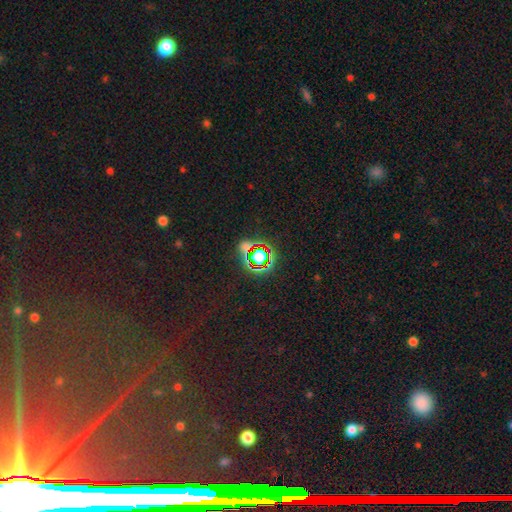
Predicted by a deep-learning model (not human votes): Smooth or featured? Predicted: star or artifact (p=0.66).